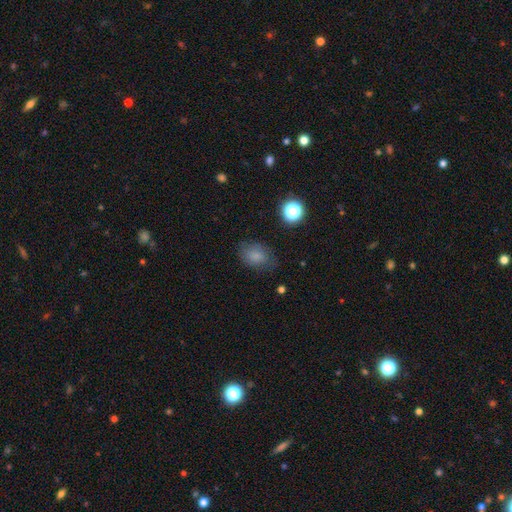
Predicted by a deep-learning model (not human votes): Smooth or featured? Predicted: smooth (p=0.78). How rounded? Predicted: in between (p=0.75). Merging? Predicted: none (p=0.70).